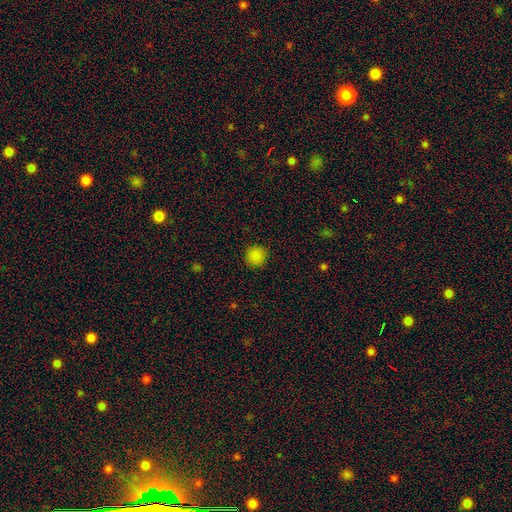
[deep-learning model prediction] This is clearly a smooth galaxy (86%). How rounded: clearly round (94%). Merging: clearly none (92%).